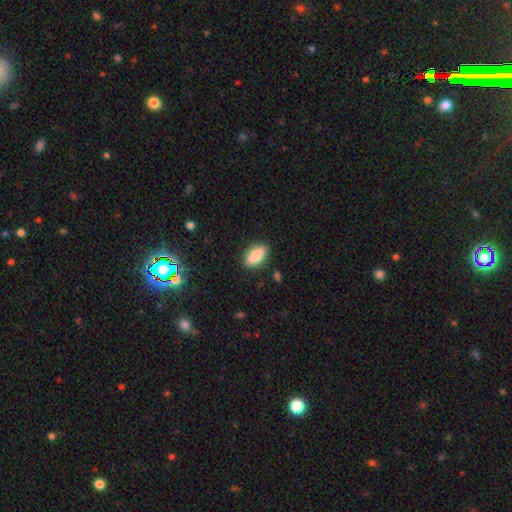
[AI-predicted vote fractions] Smooth or featured? smooth (87%)
How rounded? in between (89%)
Merging? none (87%)